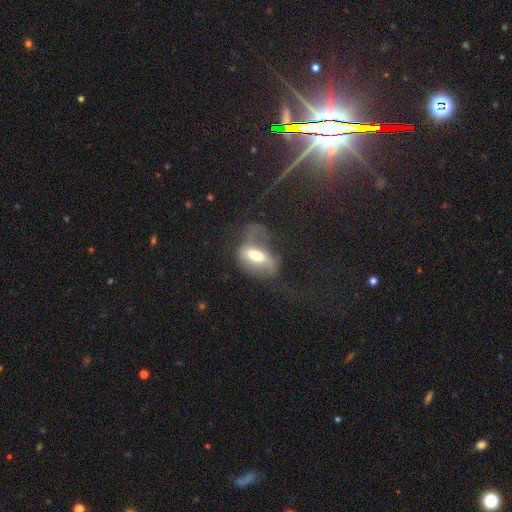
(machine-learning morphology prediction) smooth-or-featured: smooth: 56% | featured or disk: 35% | star or artifact: 9%
  how-rounded: in between: 87% | round: 7% | cigar-shaped: 6%
  merging: major disturbance: 47% | none: 26% | minor disturbance: 23% | merger: 5%